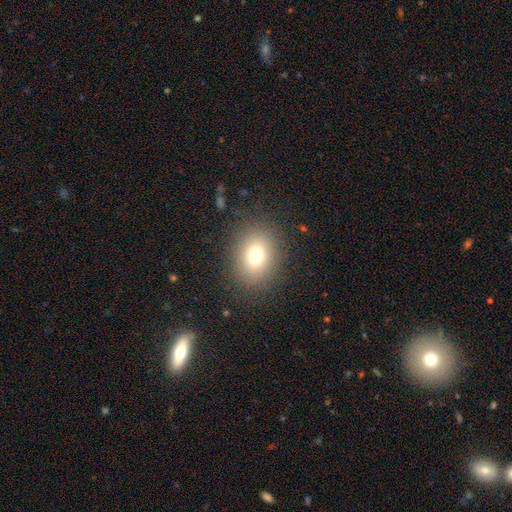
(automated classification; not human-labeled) smooth_or_featured: smooth (p=0.74) [alt: star or artifact p=0.14]
how_rounded: round (p=0.52) [alt: in between p=0.47]
merging: none (p=0.85) [alt: minor disturbance p=0.09]